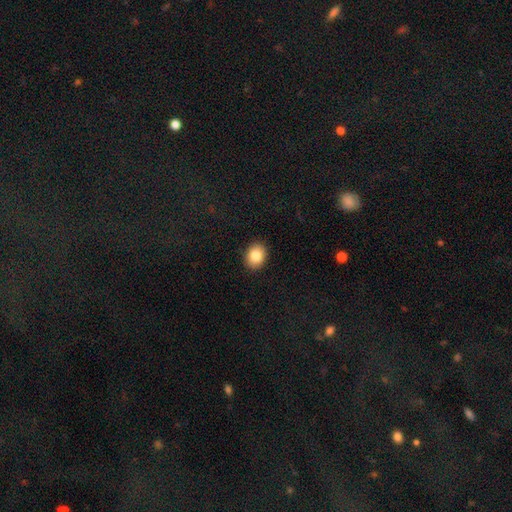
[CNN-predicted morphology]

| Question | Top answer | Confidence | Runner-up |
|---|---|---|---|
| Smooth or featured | smooth | 84% | star or artifact (8%) |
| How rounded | in between | 52% | round (47%) |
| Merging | none | 91% | minor disturbance (6%) |